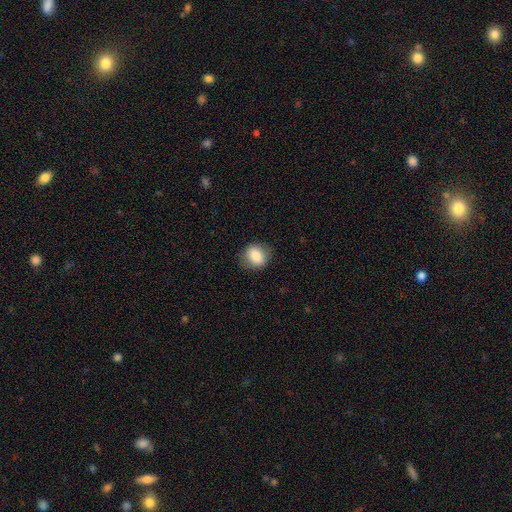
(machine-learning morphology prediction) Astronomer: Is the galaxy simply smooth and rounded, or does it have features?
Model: smooth — 82%.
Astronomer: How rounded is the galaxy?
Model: round — 62%.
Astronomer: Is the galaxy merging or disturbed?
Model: none — 80%.